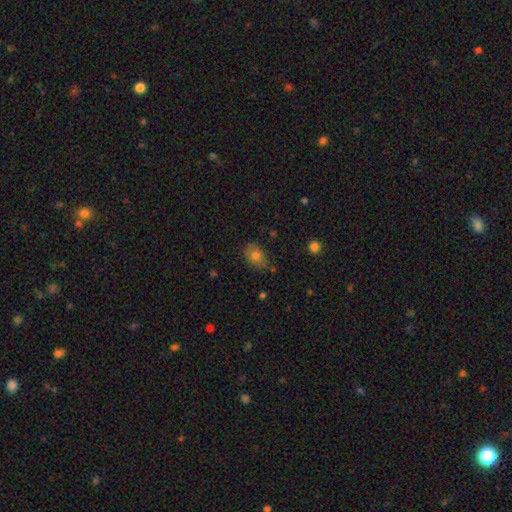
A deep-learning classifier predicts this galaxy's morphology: Q: Smooth or featured?
A: smooth (73%); runner-up: featured or disk (18%)
Q: How rounded?
A: in between (79%); runner-up: round (19%)
Q: Merging?
A: none (66%); runner-up: minor disturbance (26%)